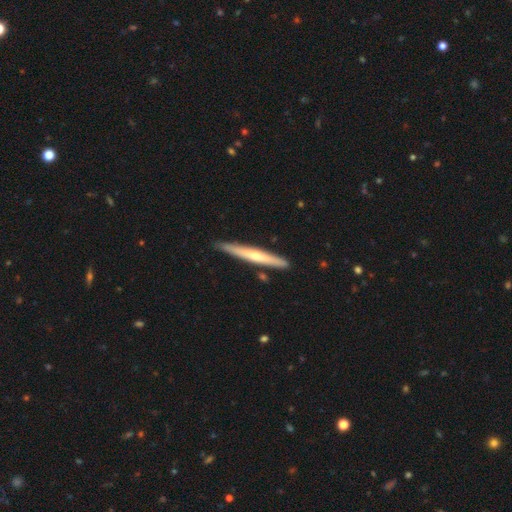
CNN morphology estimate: A featured or disk galaxy (55%) viewed edge-on (94%) with a rounded central bulge (63%).

Vote fractions:
- Smooth or featured? featured or disk: 55% / smooth: 40% / star or artifact: 5%
- Edge-on disk? yes: 94% / no: 6%
- Edge-on bulge? rounded: 63% / none: 34% / boxy: 3%
- Merging? none: 87% / minor disturbance: 9% / merger: 2% / major disturbance: 1%